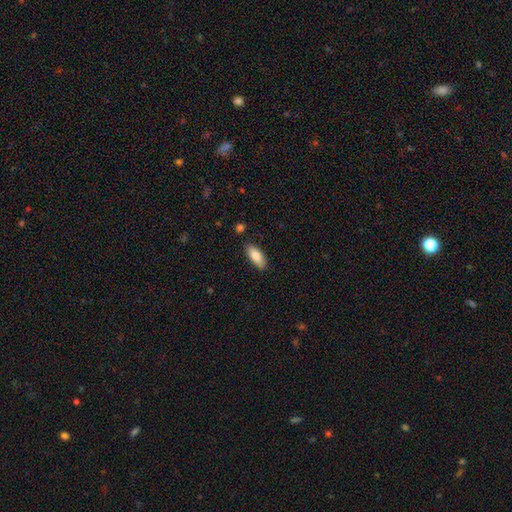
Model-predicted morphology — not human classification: smooth 84%, featured or disk 10%, star or artifact 6%. Down the decision tree: how rounded — in between (80%); merging — none (85%).